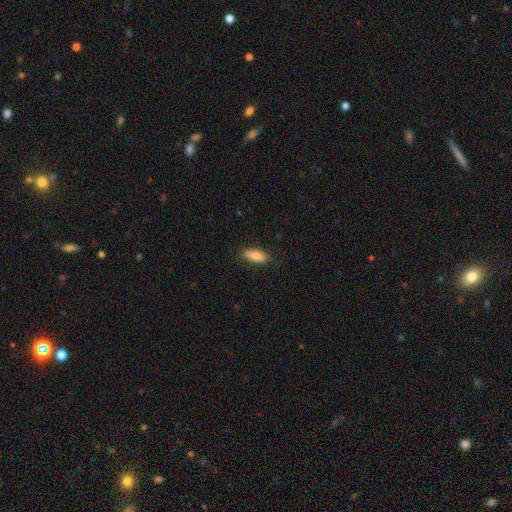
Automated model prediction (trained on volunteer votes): Q: Smooth or featured?
A: smooth (82%); runner-up: featured or disk (11%)
Q: How rounded?
A: in between (65%); runner-up: cigar-shaped (33%)
Q: Merging?
A: none (84%); runner-up: minor disturbance (13%)